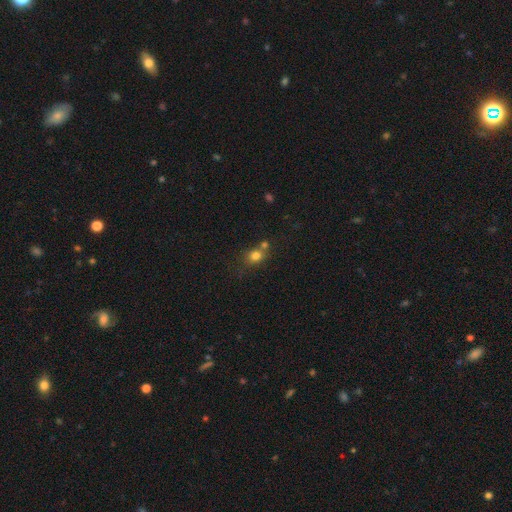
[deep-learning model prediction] smooth 77%, star or artifact 13%, featured or disk 9%. Down the decision tree: how rounded — round (69%); merging — none (49%).